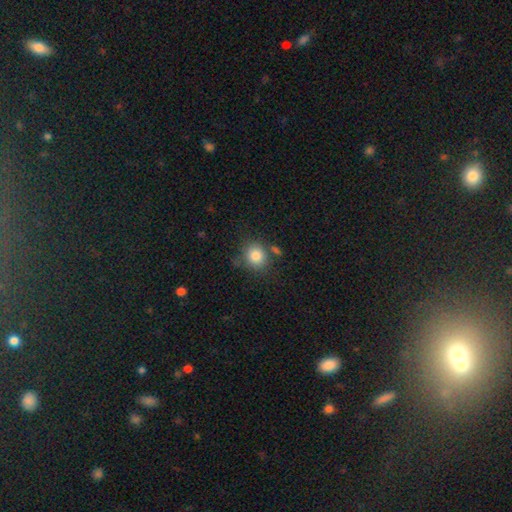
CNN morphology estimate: smooth 83%, star or artifact 10%, featured or disk 8%. Down the decision tree: how rounded — round (76%); merging — none (69%).